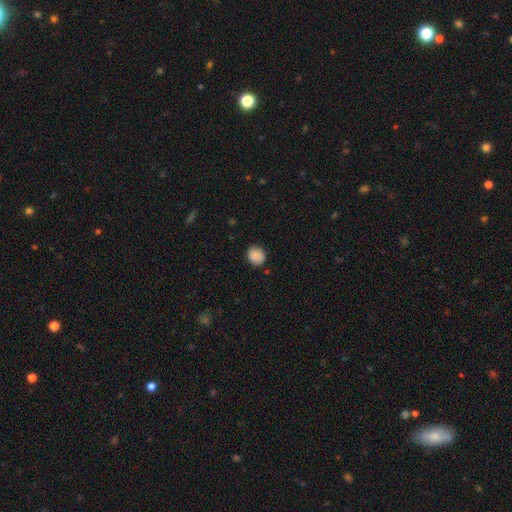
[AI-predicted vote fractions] Smooth or featured: smooth — 87% (star or artifact — 8%)
How rounded: round — 79% (in between — 20%)
Merging: none — 84% (minor disturbance — 12%)